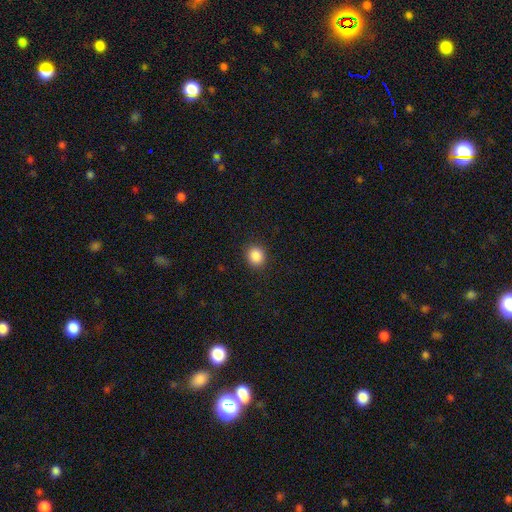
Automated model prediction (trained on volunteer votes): smooth-or-featured: smooth: 88% | star or artifact: 9% | featured or disk: 3%
  how-rounded: round: 80% | in between: 19% | cigar-shaped: 1%
  merging: none: 90% | minor disturbance: 7% | major disturbance: 2% | merger: 1%